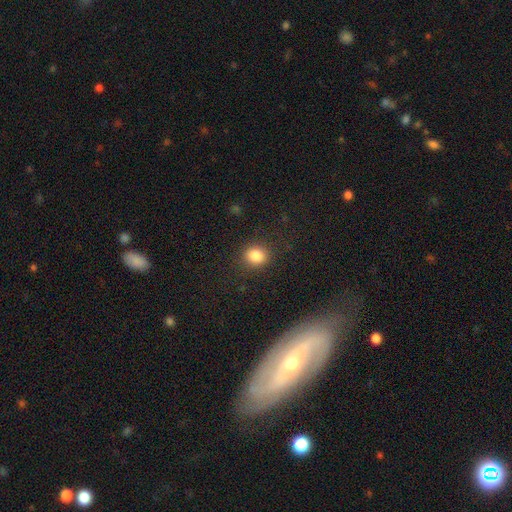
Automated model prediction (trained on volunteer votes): Smooth or featured? Predicted: smooth (p=0.85). How rounded? Predicted: round (p=0.78). Merging? Predicted: none (p=0.87).